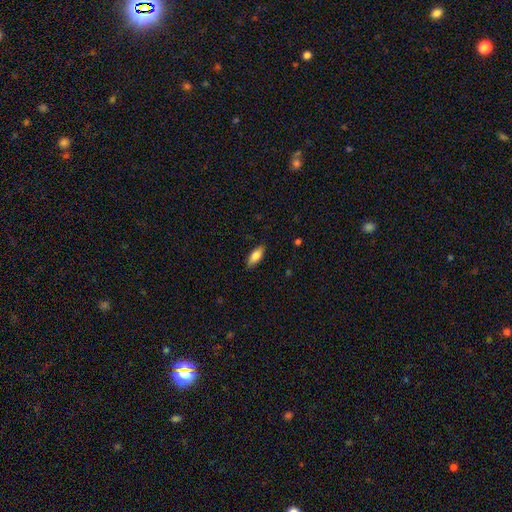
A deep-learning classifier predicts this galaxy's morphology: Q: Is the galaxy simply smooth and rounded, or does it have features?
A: smooth — 78%.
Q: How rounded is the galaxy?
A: in between — 77%.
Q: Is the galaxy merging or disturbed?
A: none — 85%.